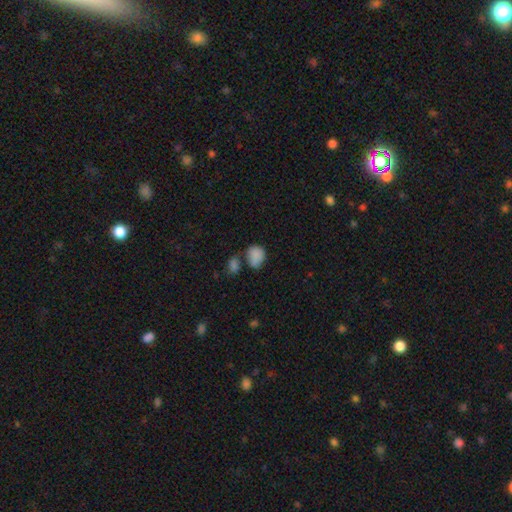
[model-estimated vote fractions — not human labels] Overall: smooth (83%). How rounded: in between (54%; round 45%). Merging: none (40%; merger 30%).